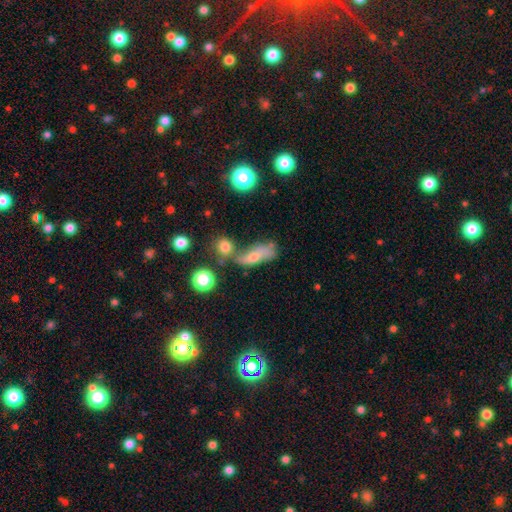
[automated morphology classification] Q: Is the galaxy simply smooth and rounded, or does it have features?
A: smooth — 62%.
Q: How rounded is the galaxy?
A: in between — 64%.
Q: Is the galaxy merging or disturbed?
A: merger — 37%.